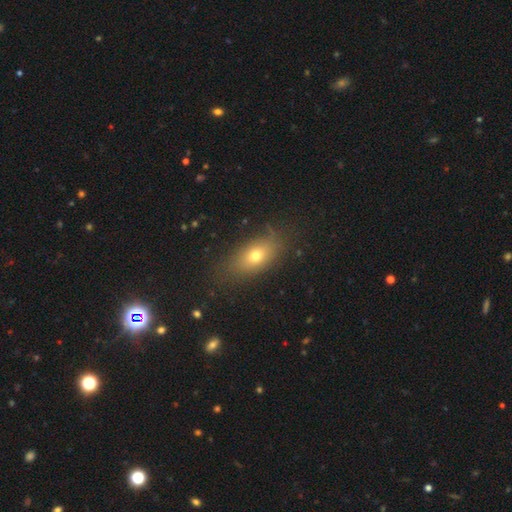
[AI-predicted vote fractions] Smooth or featured: smooth — 69% (featured or disk — 18%)
How rounded: in between — 80% (round — 11%)
Merging: none — 79% (minor disturbance — 14%)